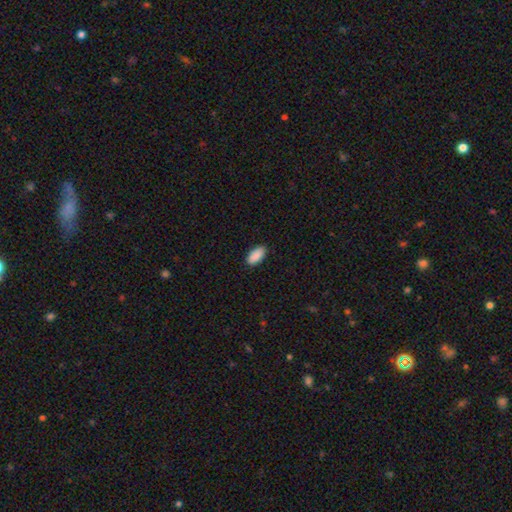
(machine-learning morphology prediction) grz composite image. It shows a smooth galaxy with no disk features (91%) that is in between round and cigar-shaped (93%). Merging: none (89%).